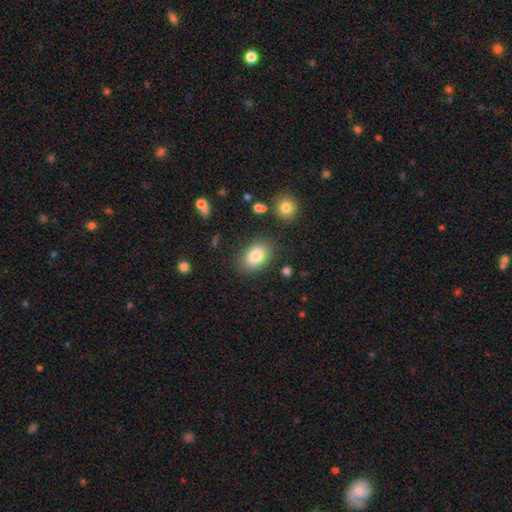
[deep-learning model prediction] smooth-or-featured: smooth: 84% | featured or disk: 8% | star or artifact: 8%
  how-rounded: in between: 86% | round: 13% | cigar-shaped: 1%
  merging: none: 79% | minor disturbance: 14% | major disturbance: 4% | merger: 3%